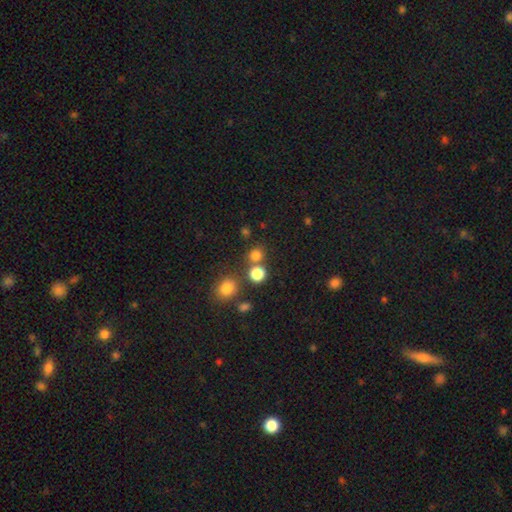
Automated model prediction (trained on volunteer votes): A smooth galaxy with no disk features (75%) that is round (86%).

Vote fractions:
- Smooth or featured? smooth: 75% / star or artifact: 19% / featured or disk: 6%
- How rounded? round: 86% / in between: 13% / cigar-shaped: 1%
- Merging? none: 72% / merger: 17% / minor disturbance: 7% / major disturbance: 3%